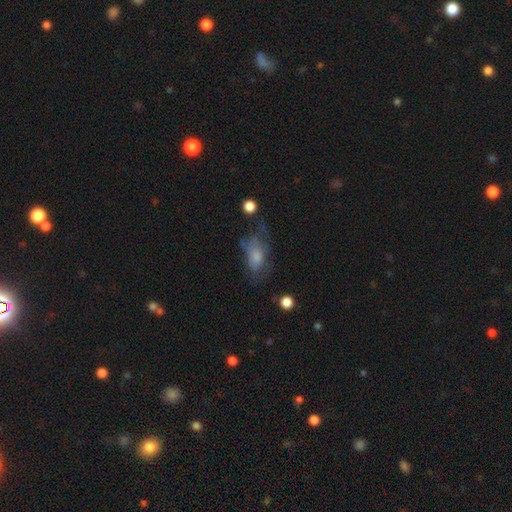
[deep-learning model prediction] Smooth or featured? Predicted: smooth (p=0.66). How rounded? Predicted: in between (p=0.88). Merging? Predicted: none (p=0.38).